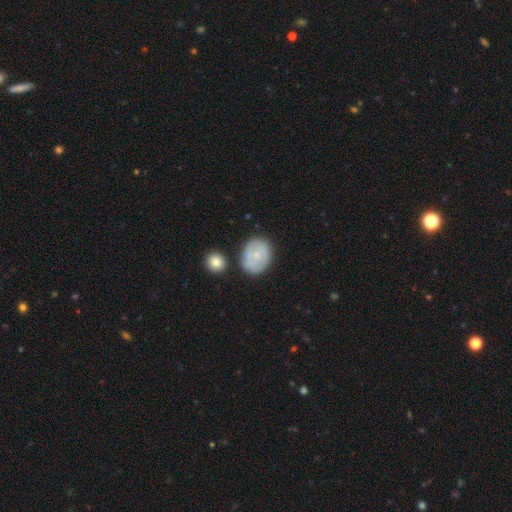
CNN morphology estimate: A smooth galaxy with no disk features (61%) that is in between round and cigar-shaped (55%).

Vote fractions:
- Smooth or featured? smooth: 61% / featured or disk: 33% / star or artifact: 7%
- How rounded? in between: 55% / round: 44% / cigar-shaped: 1%
- Merging? none: 67% / minor disturbance: 19% / merger: 9% / major disturbance: 5%